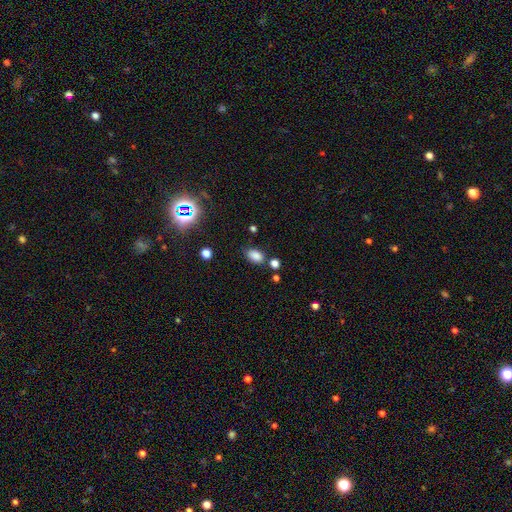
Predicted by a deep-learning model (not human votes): Smooth or featured: smooth — 82% (star or artifact — 13%)
How rounded: in between — 86% (round — 12%)
Merging: none — 73% (minor disturbance — 17%)